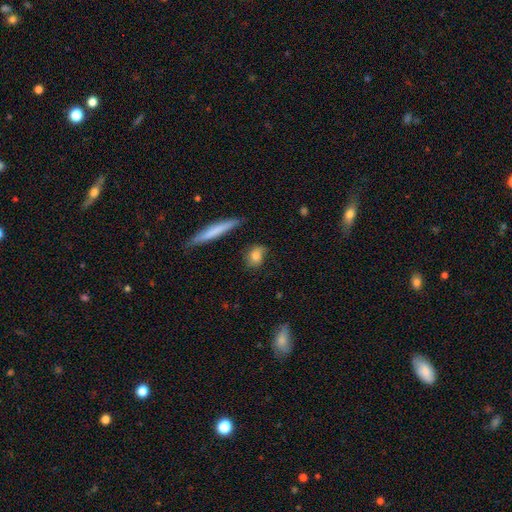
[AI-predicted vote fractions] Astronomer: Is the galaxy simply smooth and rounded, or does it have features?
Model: smooth — 77%.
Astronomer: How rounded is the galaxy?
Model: in between — 59%.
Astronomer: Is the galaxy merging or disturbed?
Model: none — 70%.